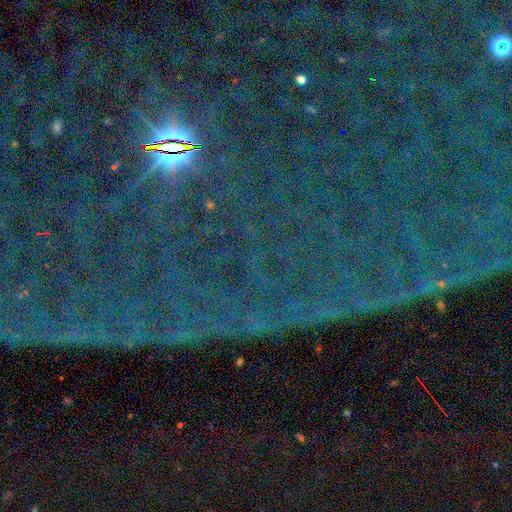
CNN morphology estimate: Smooth or featured: star or artifact — 87% (featured or disk — 7%)